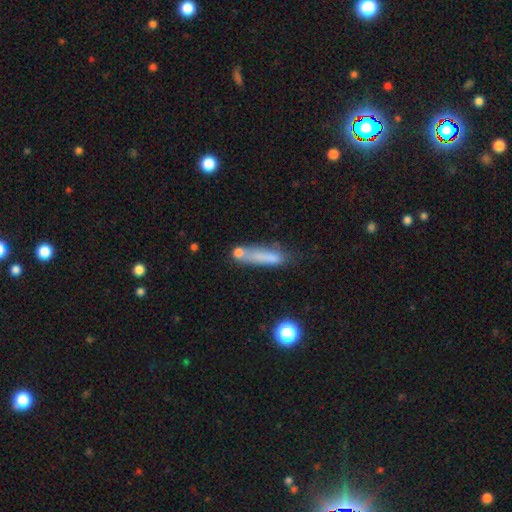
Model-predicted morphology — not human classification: A smooth galaxy with no disk features (70%) that is cigar-shaped (74%).

Vote fractions:
- Smooth or featured? smooth: 70% / featured or disk: 20% / star or artifact: 10%
- How rounded? cigar-shaped: 74% / in between: 23% / round: 3%
- Merging? none: 44% / minor disturbance: 23% / merger: 19% / major disturbance: 14%